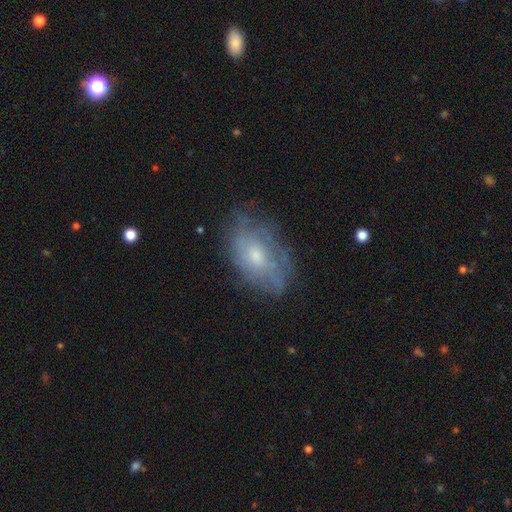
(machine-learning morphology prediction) Overall: featured or disk (59%; smooth 33%). Edge-on disk: no (94%). Bar: no (78%). Spiral arms: yes (60%; no 40%). Bulge size: moderate (47%; small 45%). Merging: none (63%; minor disturbance 24%).